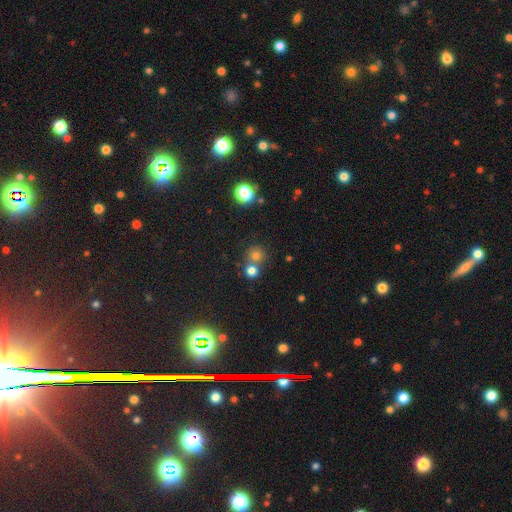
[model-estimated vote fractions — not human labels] Smooth or featured? smooth (73%)
How rounded? round (90%)
Merging? none (59%)